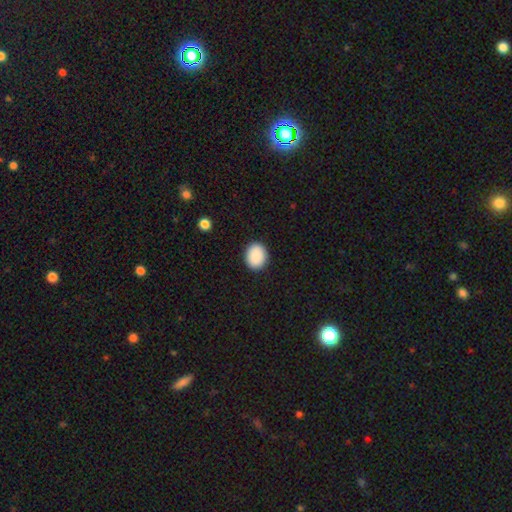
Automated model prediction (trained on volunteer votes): The model was most divided on "how rounded": round: 55%, in between: 45%, cigar-shaped: 1%. More confident: merging — none (91%); smooth or featured — smooth (90%).